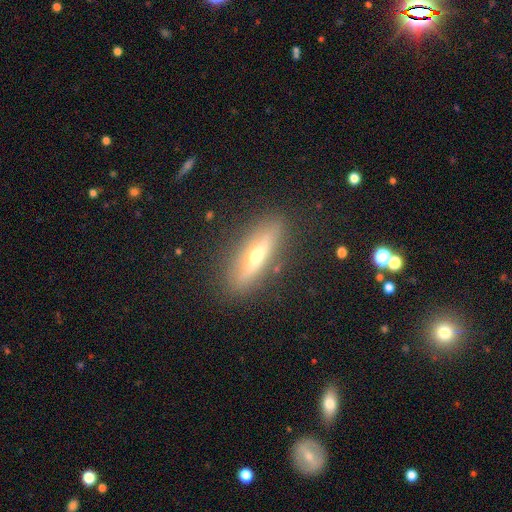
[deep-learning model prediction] featured or disk 56%, smooth 36%, star or artifact 8%. Down the decision tree: edge-on disk — yes (86%); merging — none (85%).